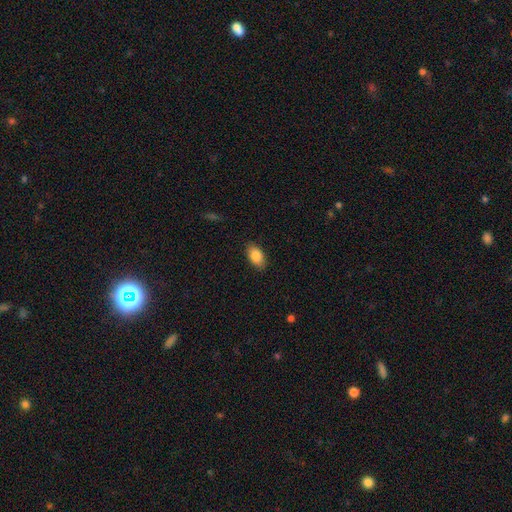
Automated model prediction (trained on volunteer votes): smooth 87%, star or artifact 7%, featured or disk 6%. Down the decision tree: how rounded — in between (92%); merging — none (87%).